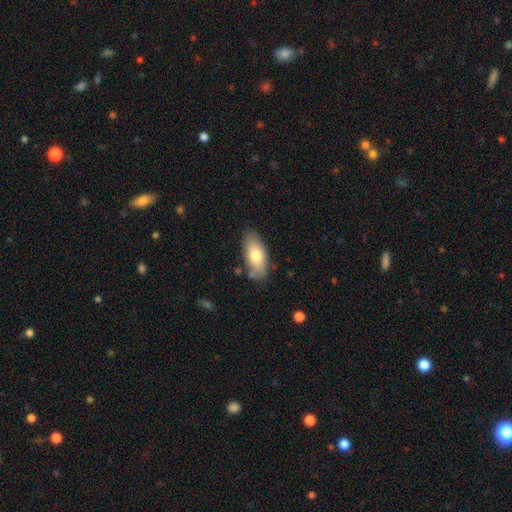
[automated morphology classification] Overall: smooth (75%). How rounded: in between (89%). Merging: none (78%).